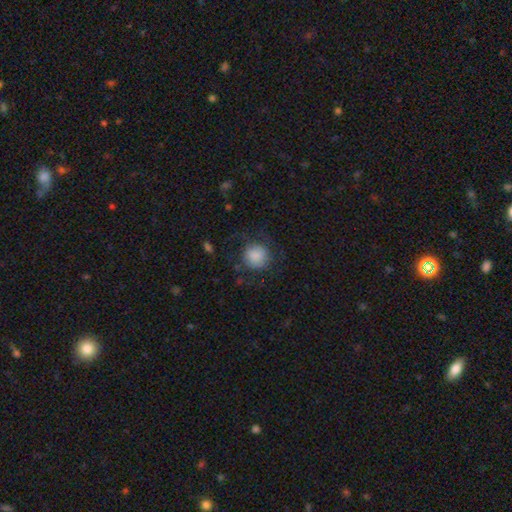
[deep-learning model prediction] This appears to be a smooth galaxy with no disk features (83%) that is round (89%). Merging: none (69%).